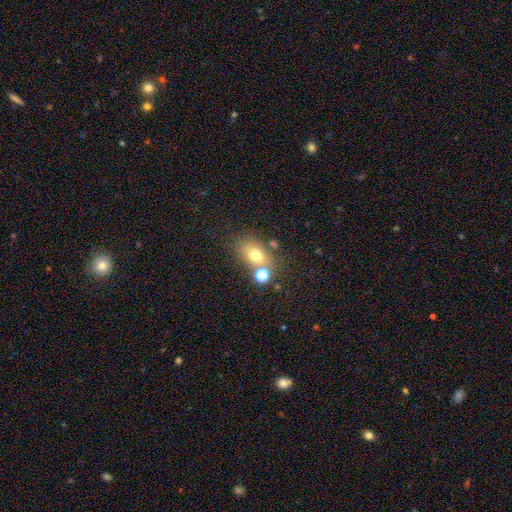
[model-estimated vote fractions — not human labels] The model was most divided on "how rounded": in between: 66%, round: 32%, cigar-shaped: 2%. More confident: smooth or featured — smooth (69%); merging — none (59%).